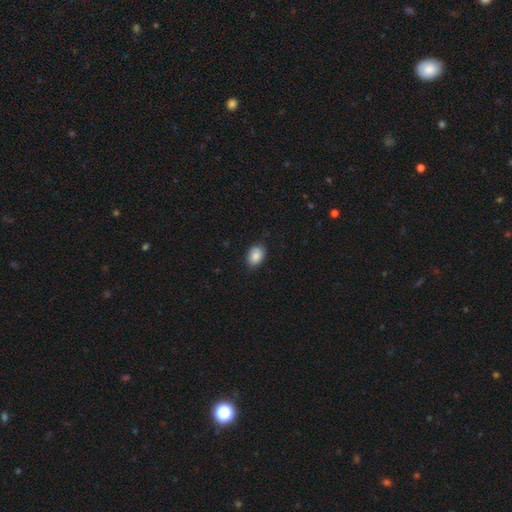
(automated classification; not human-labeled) Morphology: type=smooth (86%); roundness=in between (77%); merging=none (82%).